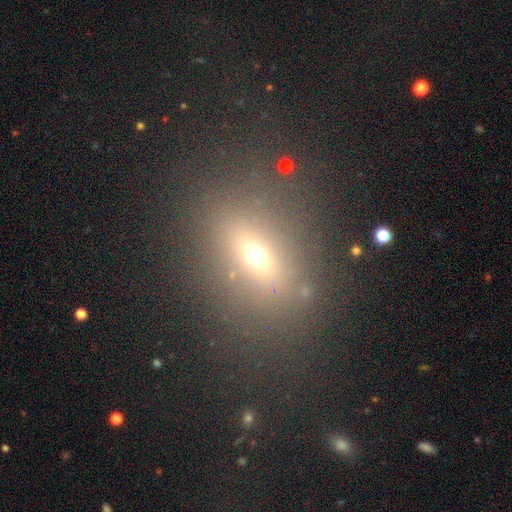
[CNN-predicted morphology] This appears to be a smooth galaxy with no disk features (58%) that is in between round and cigar-shaped (58%). Merging: none (79%).